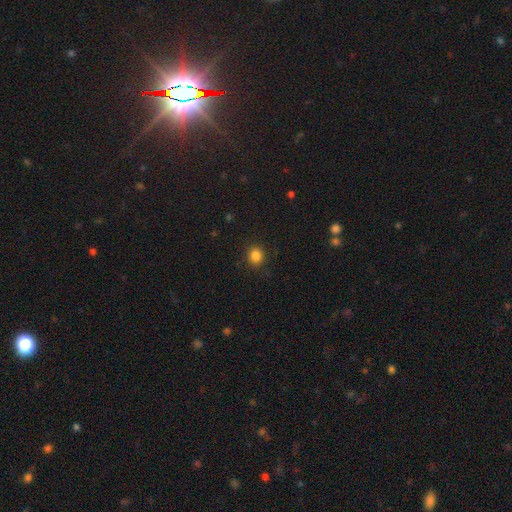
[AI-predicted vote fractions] Smooth or featured: smooth — 84% (star or artifact — 12%)
How rounded: round — 83% (in between — 16%)
Merging: none — 90% (minor disturbance — 7%)